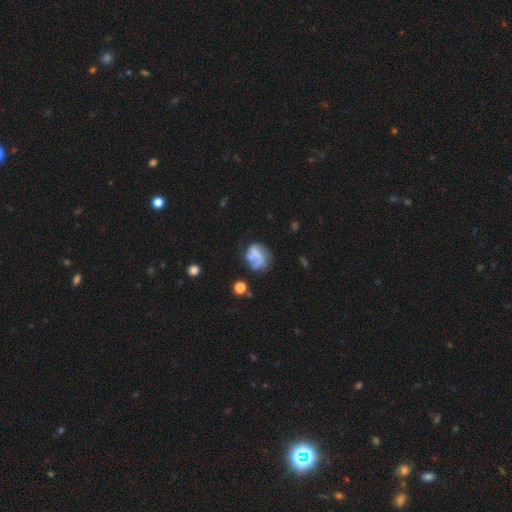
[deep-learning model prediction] Smooth or featured? featured or disk (54%)
Edge-on disk? no (98%)
Bar? no (65%)
Spiral arms? yes (65%)
Bulge size? none (70%)
Merging? none (40%)